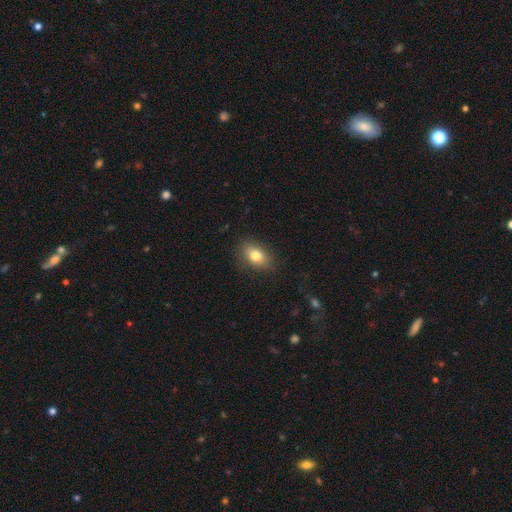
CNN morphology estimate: A smooth galaxy with no disk features (80%) that is in between round and cigar-shaped (80%). Merging: none (83%).